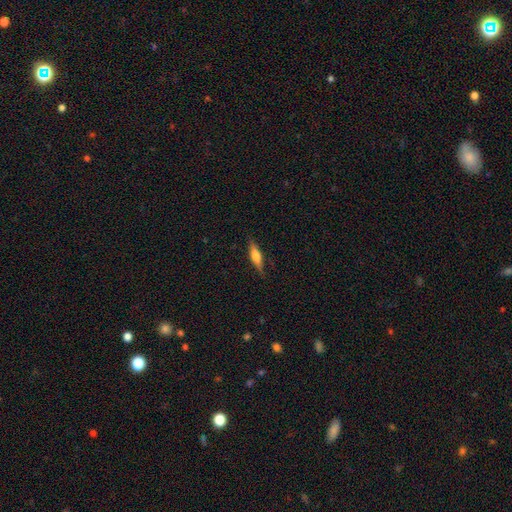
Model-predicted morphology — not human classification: Smooth or featured: smooth — 51% (featured or disk — 42%)
How rounded: cigar-shaped — 69% (in between — 29%)
Merging: none — 82% (minor disturbance — 14%)